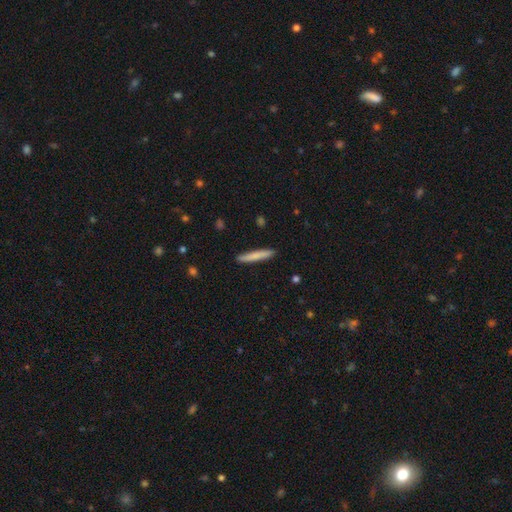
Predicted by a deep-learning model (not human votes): smooth_or_featured: smooth (p=0.75) [alt: featured or disk p=0.20]
how_rounded: cigar-shaped (p=0.95) [alt: in between p=0.04]
merging: none (p=0.89) [alt: minor disturbance p=0.08]